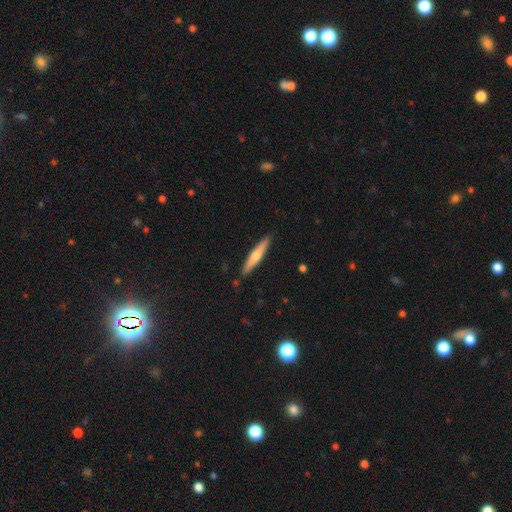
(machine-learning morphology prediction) The model was most divided on "smooth or featured": smooth: 53%, featured or disk: 42%, star or artifact: 5%. More confident: how rounded — cigar-shaped (91%); merging — none (89%).